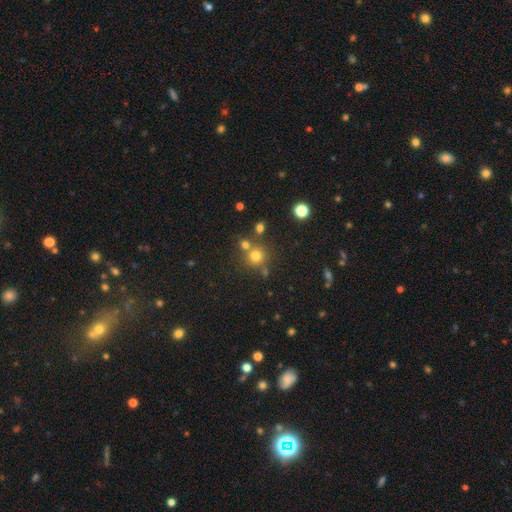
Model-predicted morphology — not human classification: This is likely a smooth galaxy (74%). How rounded: clearly round (90%). Merging: likely none (66%).